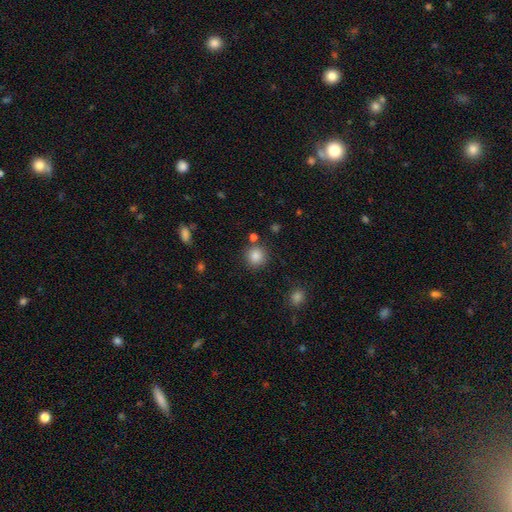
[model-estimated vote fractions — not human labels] smooth-or-featured: smooth: 85% | star or artifact: 10% | featured or disk: 4%
  how-rounded: round: 92% | in between: 7% | cigar-shaped: 1%
  merging: none: 84% | minor disturbance: 8% | merger: 5% | major disturbance: 3%